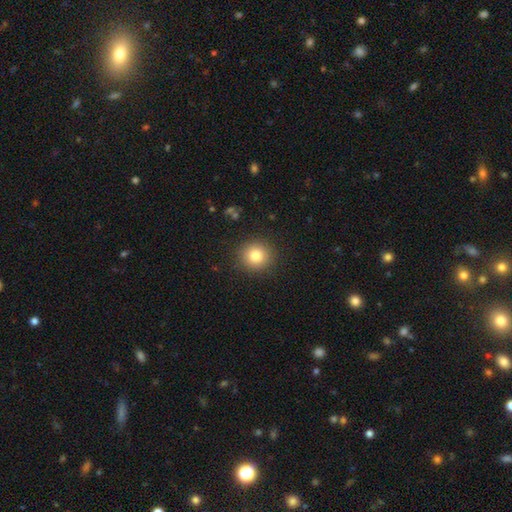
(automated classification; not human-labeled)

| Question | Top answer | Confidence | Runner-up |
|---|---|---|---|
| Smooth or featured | smooth | 80% | star or artifact (11%) |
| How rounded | round | 92% | in between (7%) |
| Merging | none | 90% | minor disturbance (7%) |